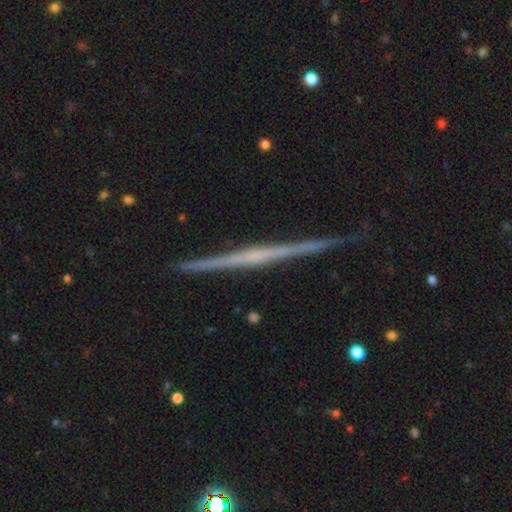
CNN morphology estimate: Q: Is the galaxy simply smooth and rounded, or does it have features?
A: featured or disk — 80%.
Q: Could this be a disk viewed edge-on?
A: yes — 98%.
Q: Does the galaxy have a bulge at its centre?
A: none — 60%.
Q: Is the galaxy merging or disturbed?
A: none — 91%.